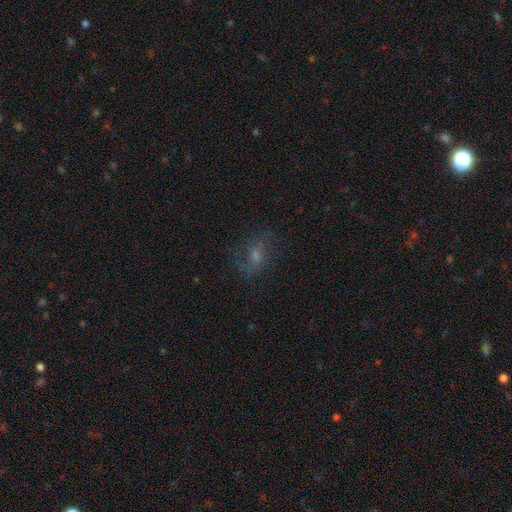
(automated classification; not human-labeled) smooth_or_featured: featured or disk (p=0.53) [alt: smooth p=0.28]
disk_edge_on: no (p=0.95) [alt: yes p=0.05]
merging: none (p=0.66) [alt: minor disturbance p=0.18]